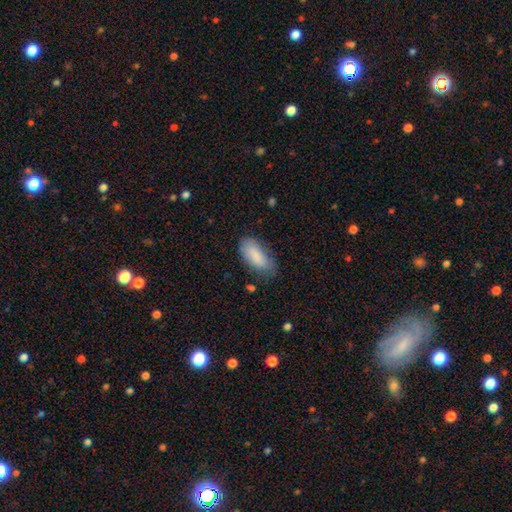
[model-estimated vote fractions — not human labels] A smooth galaxy with no disk features (85%) that is in between round and cigar-shaped (88%). Merging: none (69%).